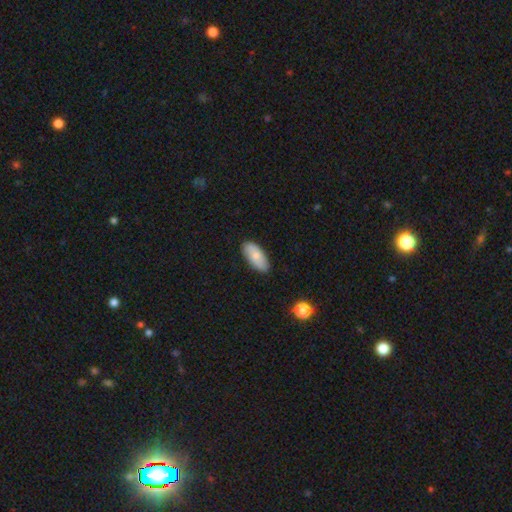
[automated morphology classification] Q: Smooth or featured?
A: smooth (76%); runner-up: featured or disk (18%)
Q: How rounded?
A: in between (89%); runner-up: cigar-shaped (9%)
Q: Merging?
A: none (85%); runner-up: minor disturbance (12%)